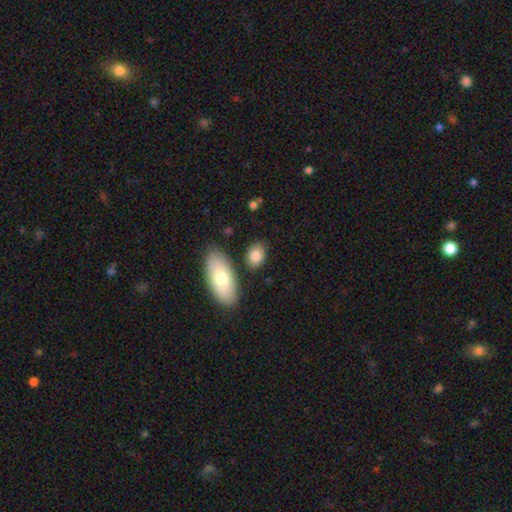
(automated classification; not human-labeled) A smooth galaxy with no disk features (83%) that is in between round and cigar-shaped (80%).

Vote fractions:
- Smooth or featured? smooth: 83% / featured or disk: 10% / star or artifact: 7%
- How rounded? in between: 80% / round: 18% / cigar-shaped: 3%
- Merging? none: 77% / minor disturbance: 12% / merger: 7% / major disturbance: 4%